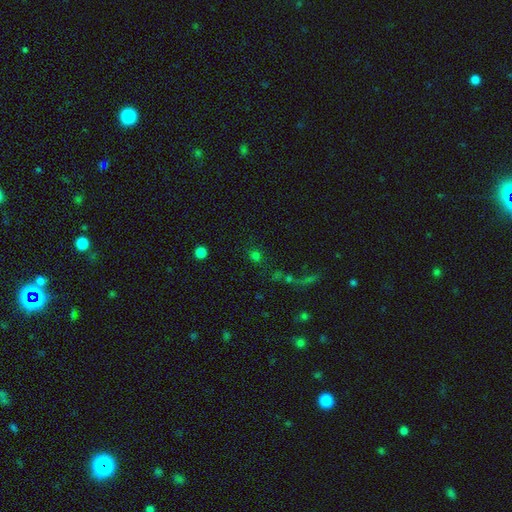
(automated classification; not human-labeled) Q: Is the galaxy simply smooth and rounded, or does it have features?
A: smooth — 60%.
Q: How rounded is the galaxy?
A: round — 79%.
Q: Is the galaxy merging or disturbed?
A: none — 70%.